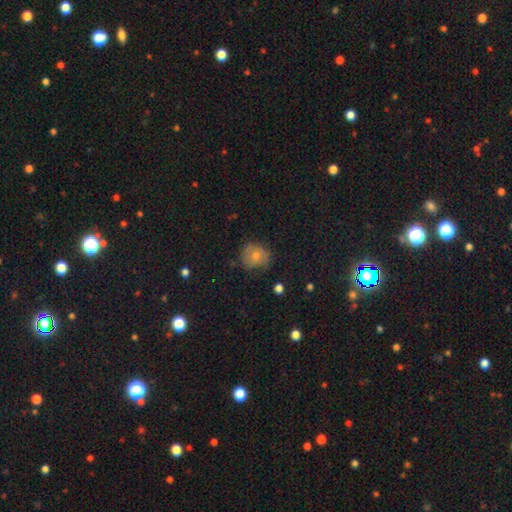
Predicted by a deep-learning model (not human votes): A smooth galaxy with no disk features (70%) that is round (76%). Merging: none (62%).